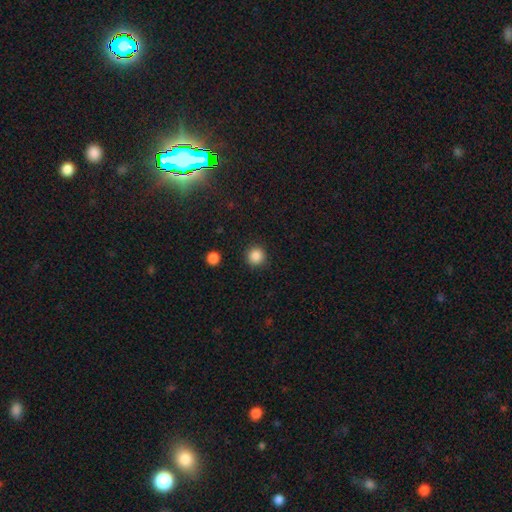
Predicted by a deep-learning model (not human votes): Q: Smooth or featured?
A: smooth (86%); runner-up: star or artifact (10%)
Q: How rounded?
A: round (95%); runner-up: in between (4%)
Q: Merging?
A: none (91%); runner-up: minor disturbance (5%)